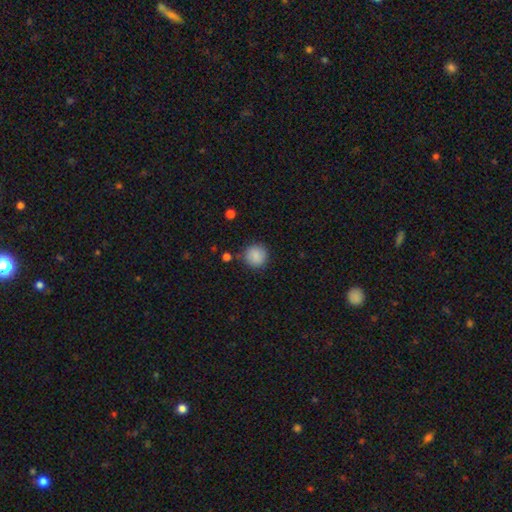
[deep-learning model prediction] Morphology: type=smooth (87%); roundness=round (93%); merging=none (84%).